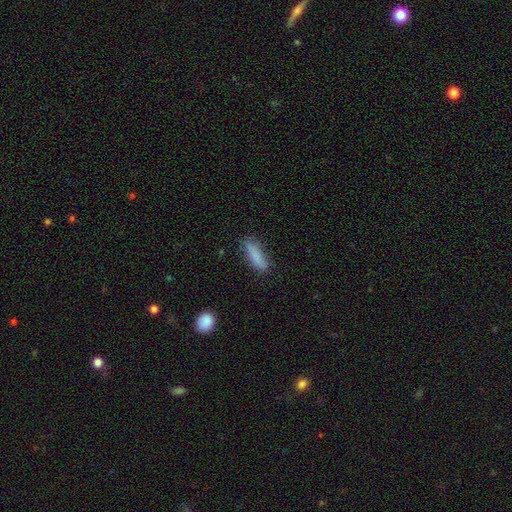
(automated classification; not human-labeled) smooth_or_featured: smooth (p=0.82) [alt: featured or disk p=0.11]
how_rounded: cigar-shaped (p=0.62) [alt: in between p=0.36]
merging: none (p=0.77) [alt: minor disturbance p=0.17]